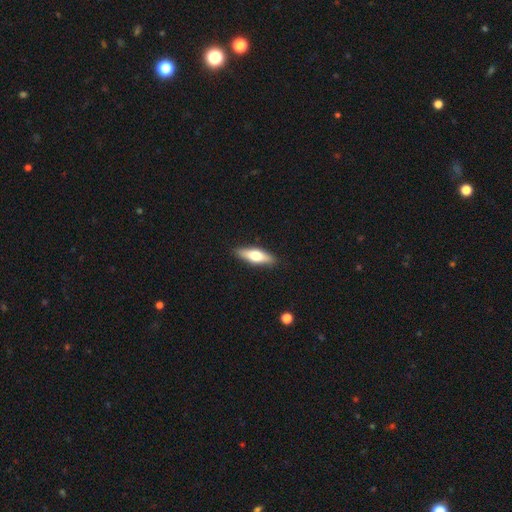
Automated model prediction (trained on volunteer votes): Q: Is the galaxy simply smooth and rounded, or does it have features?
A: smooth — 55%.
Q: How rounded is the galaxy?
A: cigar-shaped — 52%.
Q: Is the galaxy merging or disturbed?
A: none — 89%.